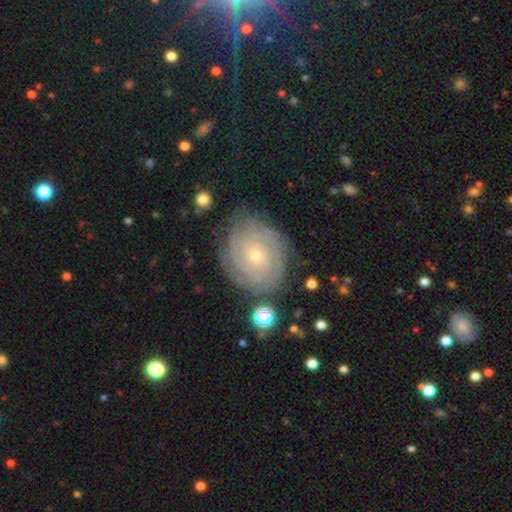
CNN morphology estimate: Overall: featured or disk (87%). Edge-on disk: no (98%). Bar: no (80%). Spiral arms: yes (98%). Spiral arm count: can't tell (24%, tied with 4). Spiral winding: tight (86%). Bulge size: small (78%). Merging: none (80%).